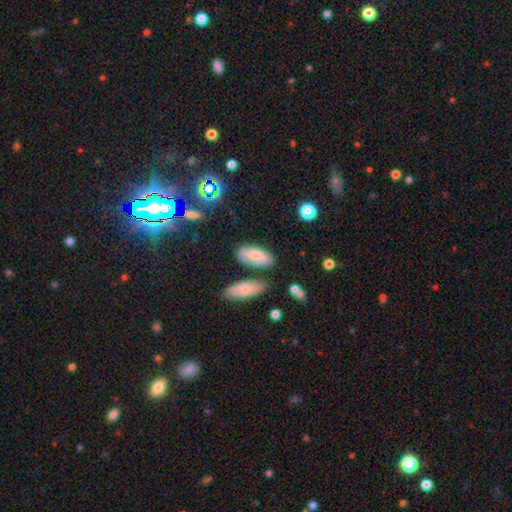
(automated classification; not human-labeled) This appears to be a smooth galaxy with no disk features (71%) that is in between round and cigar-shaped (87%). Merging: none (66%).